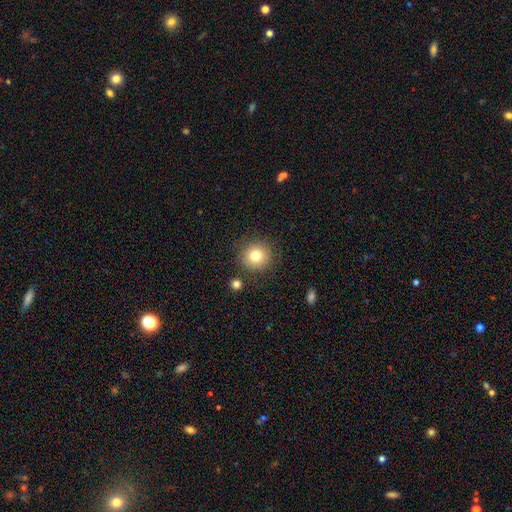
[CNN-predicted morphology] smooth-or-featured: smooth: 78% | star or artifact: 11% | featured or disk: 10%
  how-rounded: round: 92% | in between: 7% | cigar-shaped: 1%
  merging: none: 86% | minor disturbance: 8% | merger: 3% | major disturbance: 3%